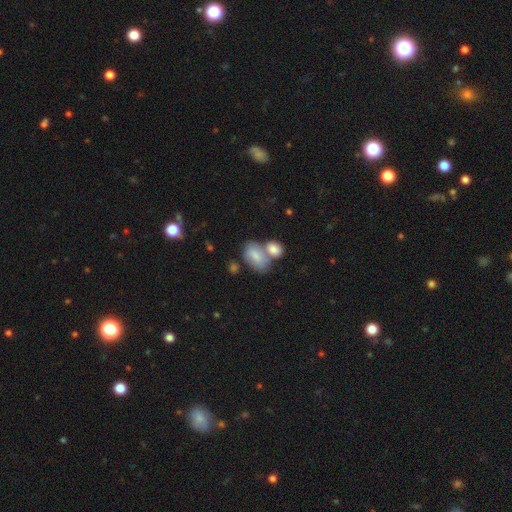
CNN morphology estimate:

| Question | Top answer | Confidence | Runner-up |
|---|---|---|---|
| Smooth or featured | smooth | 73% | featured or disk (20%) |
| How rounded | in between | 88% | round (10%) |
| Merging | merger | 50% | none (31%) |